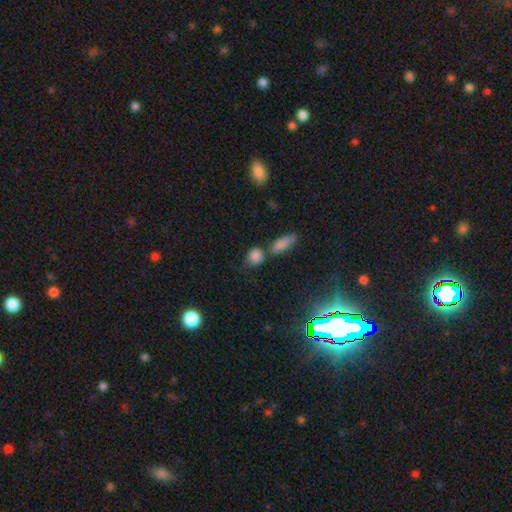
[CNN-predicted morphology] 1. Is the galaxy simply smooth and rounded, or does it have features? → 82% smooth, 12% star or artifact, 6% featured or disk.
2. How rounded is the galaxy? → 70% round, 26% in between, 4% cigar-shaped.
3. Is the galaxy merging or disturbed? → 57% none, 25% merger, 12% minor disturbance, 5% major disturbance.